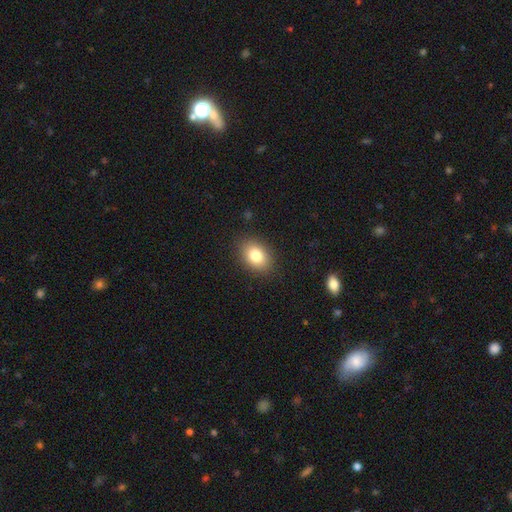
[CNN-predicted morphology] Smooth or featured: smooth — 82% (featured or disk — 9%)
How rounded: in between — 74% (round — 25%)
Merging: none — 87% (minor disturbance — 9%)